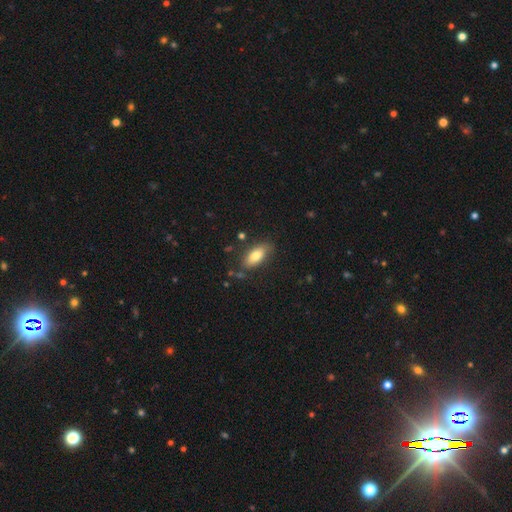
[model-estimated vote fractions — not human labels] The model was most divided on "smooth or featured": smooth: 78%, featured or disk: 15%, star or artifact: 7%. More confident: how rounded — in between (86%); merging — none (79%).